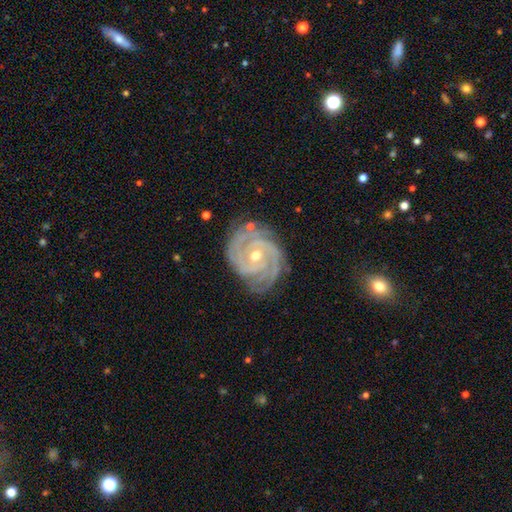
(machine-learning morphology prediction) This appears to be a featured or disk galaxy (92%) with no bar (59%), 3 (38%) tight (81%) spiral arms (99%) and a moderate central bulge (50%). Merging: none (78%).